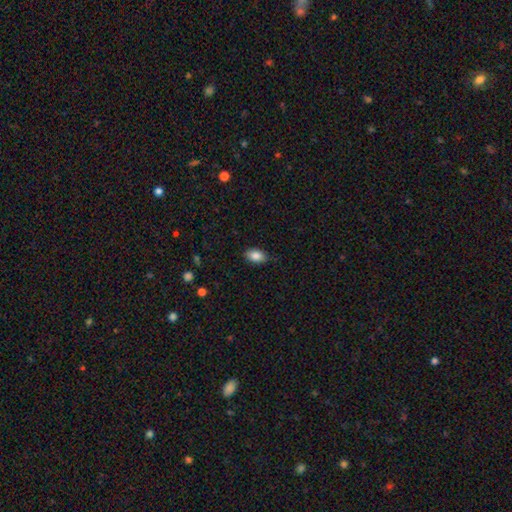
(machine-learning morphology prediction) smooth_or_featured: smooth (p=0.86) [alt: star or artifact p=0.08]
how_rounded: in between (p=0.90) [alt: round p=0.08]
merging: none (p=0.79) [alt: minor disturbance p=0.17]